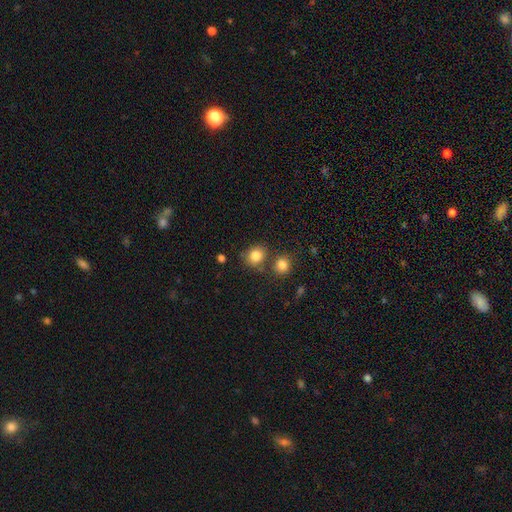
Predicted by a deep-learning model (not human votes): This is clearly a smooth galaxy (83%). How rounded: likely round (73%). Merging: likely none (68%).